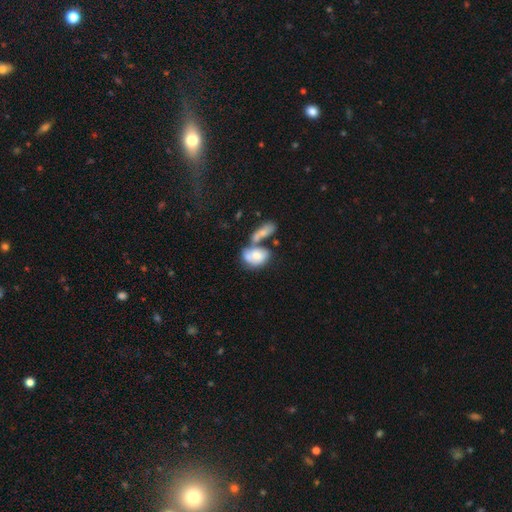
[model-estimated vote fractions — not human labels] Smooth or featured: smooth — 66% (featured or disk — 27%)
How rounded: in between — 83% (round — 15%)
Merging: merger — 56% (none — 22%)